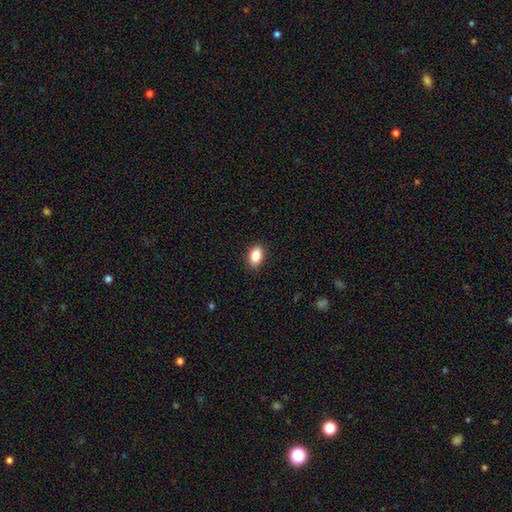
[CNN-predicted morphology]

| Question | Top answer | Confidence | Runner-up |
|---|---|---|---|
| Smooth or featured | smooth | 87% | star or artifact (8%) |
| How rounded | in between | 90% | round (9%) |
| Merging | none | 89% | minor disturbance (8%) |